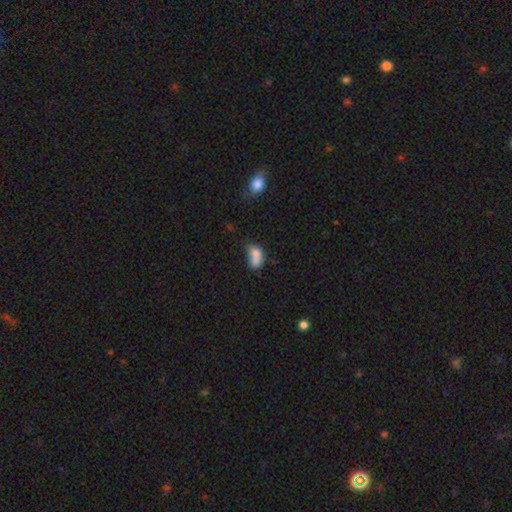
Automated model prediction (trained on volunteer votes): smooth-or-featured: smooth: 73% | featured or disk: 16% | star or artifact: 11%
  how-rounded: in between: 76% | round: 21% | cigar-shaped: 3%
  merging: merger: 54% | none: 22% | minor disturbance: 15% | major disturbance: 10%